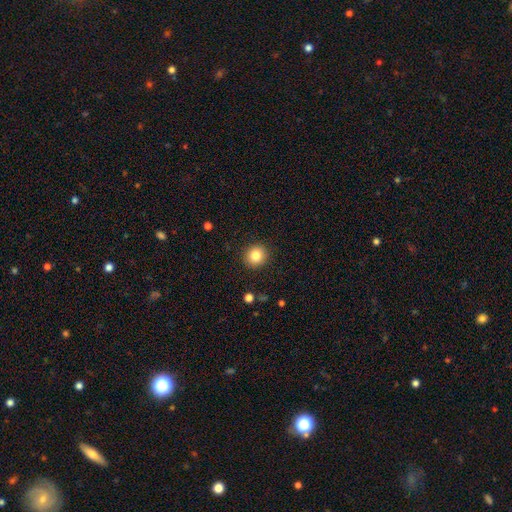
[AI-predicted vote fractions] Morphology: type=smooth (84%); roundness=round (90%); merging=none (91%).